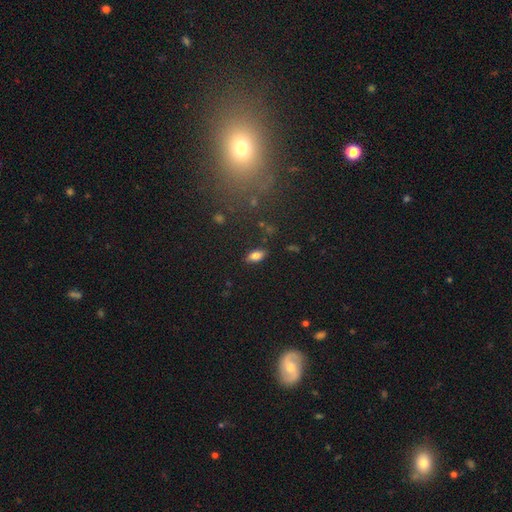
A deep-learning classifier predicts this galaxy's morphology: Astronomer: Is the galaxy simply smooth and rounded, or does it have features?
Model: smooth — 81%.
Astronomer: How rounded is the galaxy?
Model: in between — 90%.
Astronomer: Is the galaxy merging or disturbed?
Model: none — 85%.